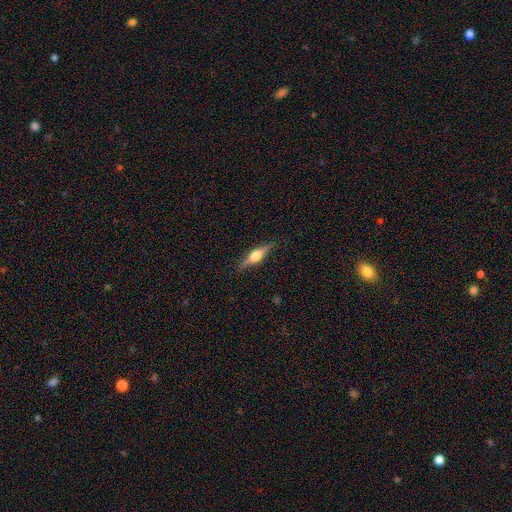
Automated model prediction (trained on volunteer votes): This appears to be a featured or disk galaxy (71%) viewed edge-on (97%) with a rounded central bulge (95%). Merging: none (88%).